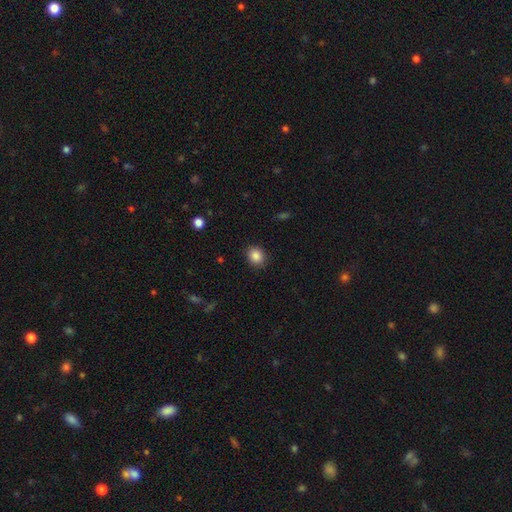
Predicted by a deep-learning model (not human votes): smooth 86%, star or artifact 10%, featured or disk 4%. Down the decision tree: how rounded — round (67%); merging — none (89%).